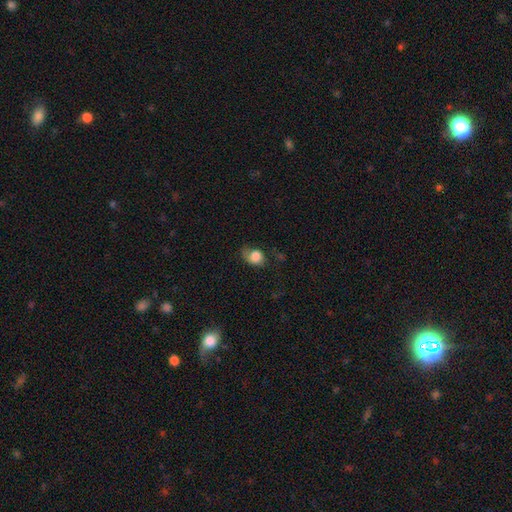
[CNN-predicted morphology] type=smooth (76%); roundness=in between (51%); merging=none (39%).